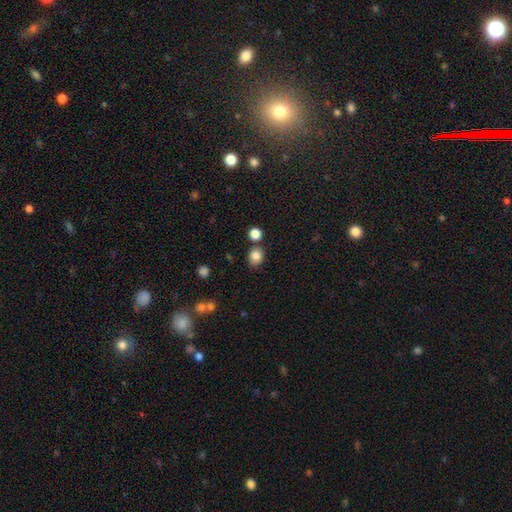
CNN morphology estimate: smooth_or_featured: smooth (p=0.84) [alt: star or artifact p=0.11]
how_rounded: round (p=0.64) [alt: in between p=0.35]
merging: none (p=0.74) [alt: minor disturbance p=0.12]